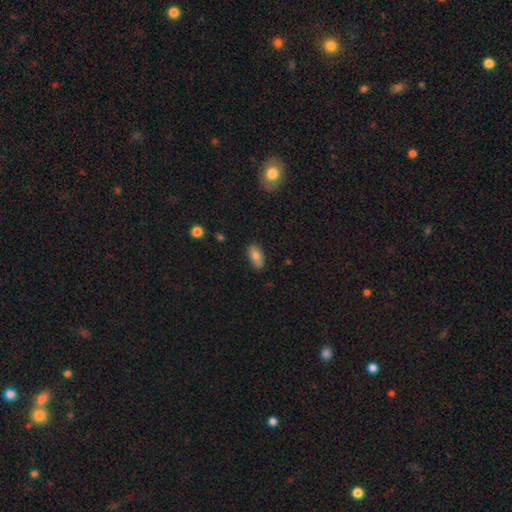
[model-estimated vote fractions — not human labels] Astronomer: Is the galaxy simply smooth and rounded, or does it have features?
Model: smooth — 78%.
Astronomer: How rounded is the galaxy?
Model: in between — 91%.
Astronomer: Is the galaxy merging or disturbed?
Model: none — 81%.